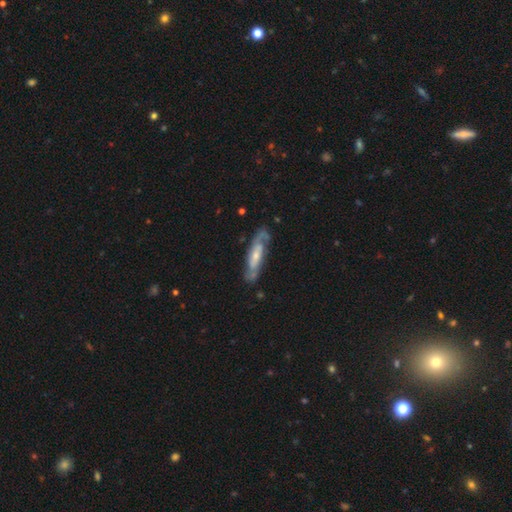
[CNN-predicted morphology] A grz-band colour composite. It shows a featured or disk galaxy (77%) with no bar (51%), 2 (72%) medium (43%) spiral arms (89%) and a small central bulge (52%). Merging: none (72%).